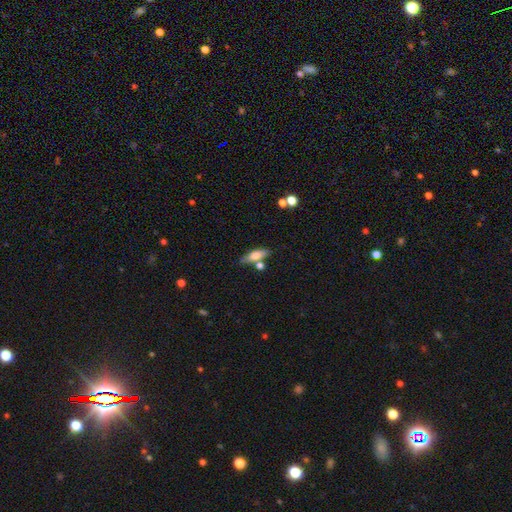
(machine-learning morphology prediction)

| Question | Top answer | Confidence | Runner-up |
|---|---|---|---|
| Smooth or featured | smooth | 69% | featured or disk (24%) |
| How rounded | in between | 60% | cigar-shaped (36%) |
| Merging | none | 65% | merger (16%) |